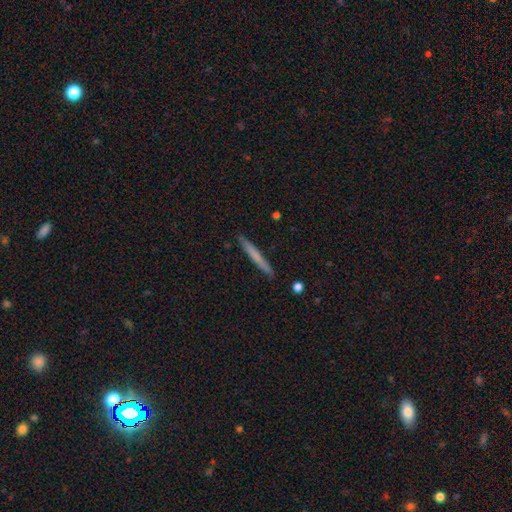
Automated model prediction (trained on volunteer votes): Q: Smooth or featured?
A: smooth (63%); runner-up: featured or disk (31%)
Q: How rounded?
A: cigar-shaped (97%); runner-up: in between (2%)
Q: Merging?
A: none (91%); runner-up: minor disturbance (6%)